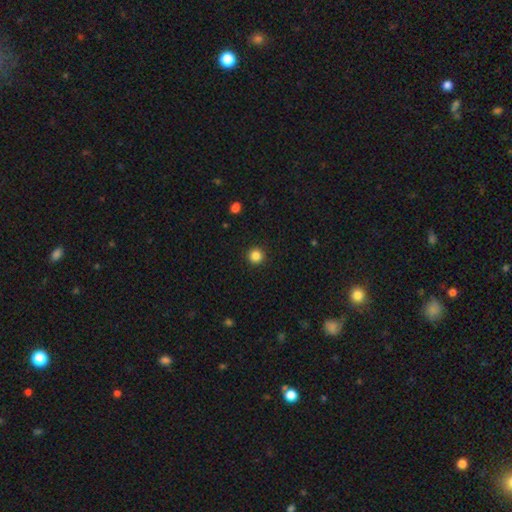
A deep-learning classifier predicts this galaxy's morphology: A smooth galaxy with no disk features (85%) that is round (95%).

Vote fractions:
- Smooth or featured? smooth: 85% / star or artifact: 11% / featured or disk: 4%
- How rounded? round: 95% / in between: 4% / cigar-shaped: 1%
- Merging? none: 93% / minor disturbance: 4% / major disturbance: 2% / merger: 1%